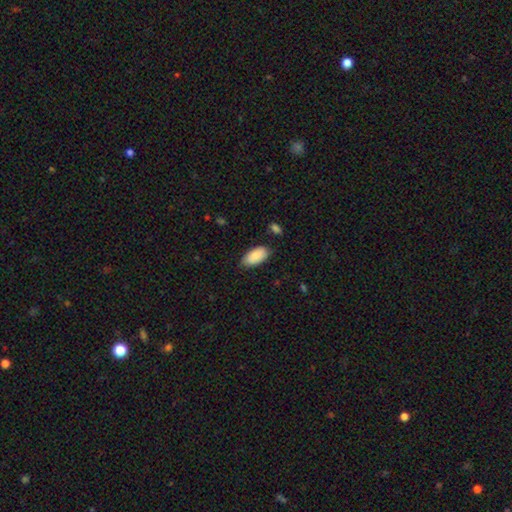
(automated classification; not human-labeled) Overall: smooth (87%). How rounded: in between (94%). Merging: none (80%).